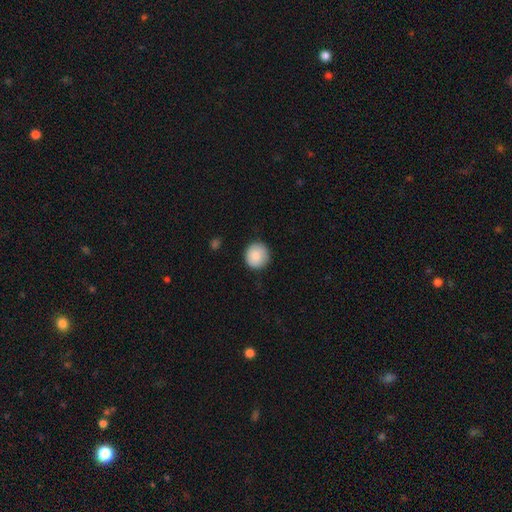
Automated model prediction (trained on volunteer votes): This appears to be a smooth galaxy with no disk features (85%) that is round (93%). Merging: none (87%).